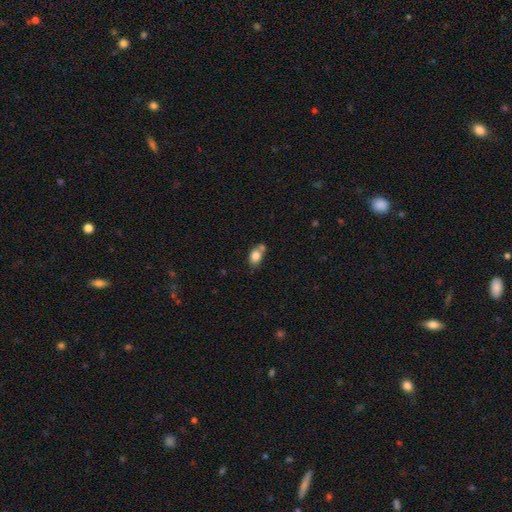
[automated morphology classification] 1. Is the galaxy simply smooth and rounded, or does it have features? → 81% smooth, 10% featured or disk, 9% star or artifact.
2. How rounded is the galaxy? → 72% in between, 26% round, 2% cigar-shaped.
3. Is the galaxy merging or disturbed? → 47% none, 31% merger, 17% minor disturbance, 5% major disturbance.